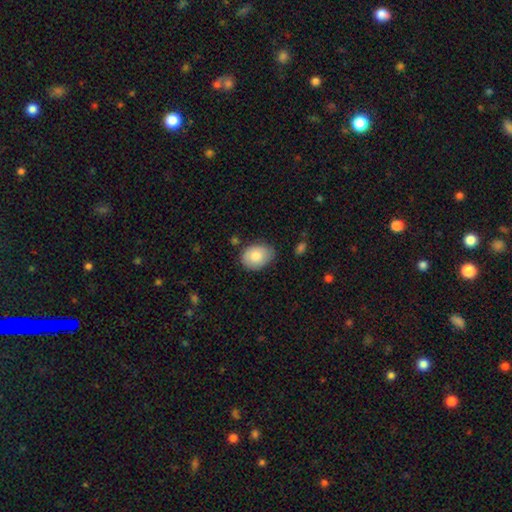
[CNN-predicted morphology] Overall: smooth (83%). How rounded: in between (71%). Merging: none (72%).